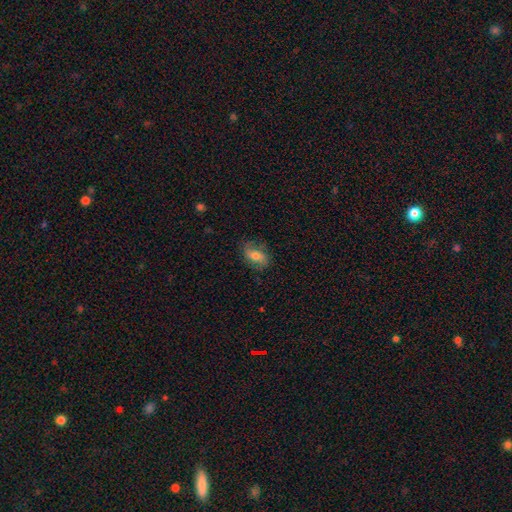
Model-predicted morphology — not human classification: Smooth or featured? Predicted: smooth (p=0.54). How rounded? Predicted: in between (p=0.84). Merging? Predicted: none (p=0.74).